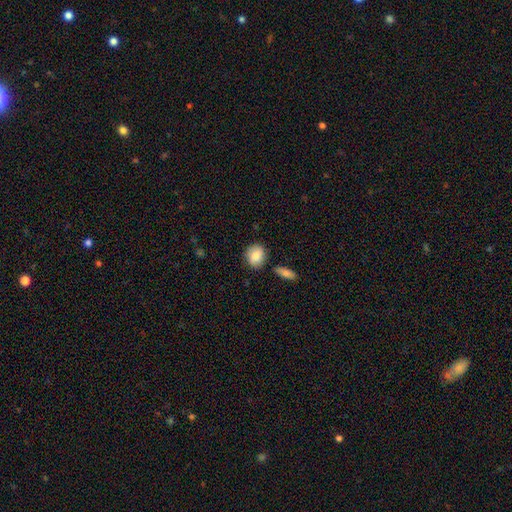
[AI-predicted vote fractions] This is clearly a smooth galaxy (84%). How rounded: likely round (69%). Merging: likely none (78%).